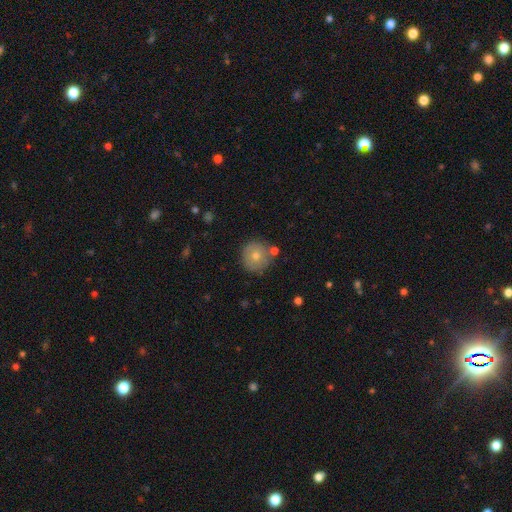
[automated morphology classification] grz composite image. It shows a smooth galaxy with no disk features (71%) that is round (93%). Merging: none (76%).